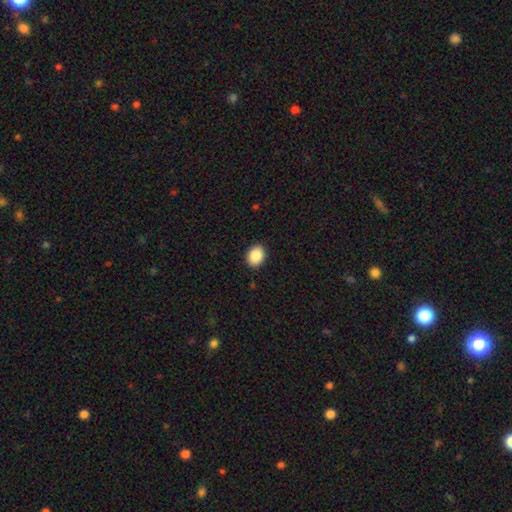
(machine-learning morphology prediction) A smooth galaxy with no disk features (88%) that is in between round and cigar-shaped (53%). Merging: none (91%).